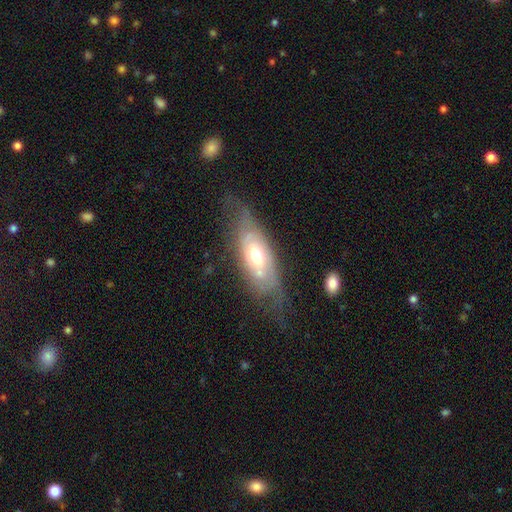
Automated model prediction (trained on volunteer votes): Smooth or featured?
  - featured or disk: 61% *
  - smooth: 33%
  - star or artifact: 6%
Edge-on disk?
  - no: 79% *
  - yes: 21%
Merging?
  - none: 48% *
  - minor disturbance: 28%
  - major disturbance: 20%
  - merger: 5%